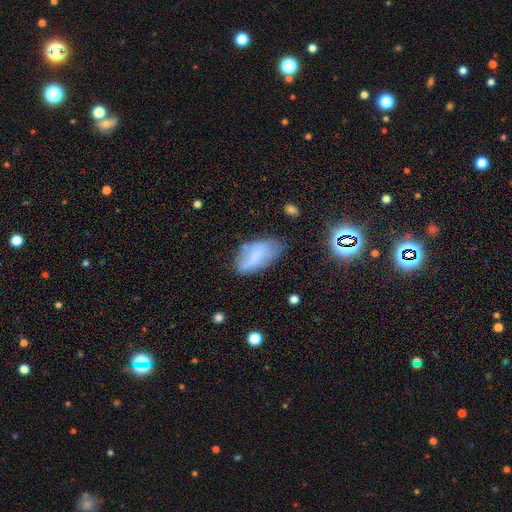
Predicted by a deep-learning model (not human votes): smooth-or-featured: smooth: 63% | featured or disk: 26% | star or artifact: 11%
  how-rounded: in between: 92% | cigar-shaped: 5% | round: 3%
  merging: none: 52% | minor disturbance: 30% | major disturbance: 13% | merger: 6%